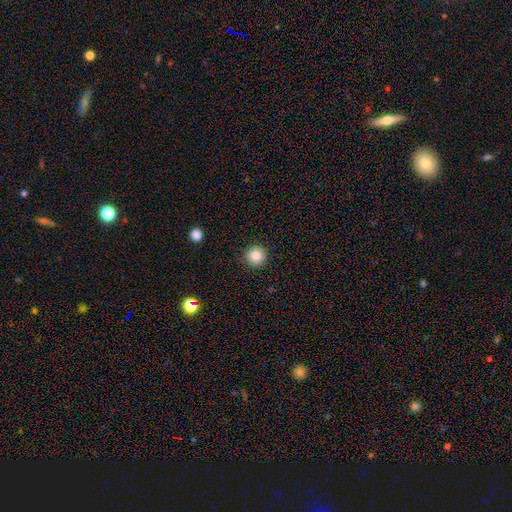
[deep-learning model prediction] smooth 86%, star or artifact 10%, featured or disk 4%. Down the decision tree: how rounded — round (95%); merging — none (90%).